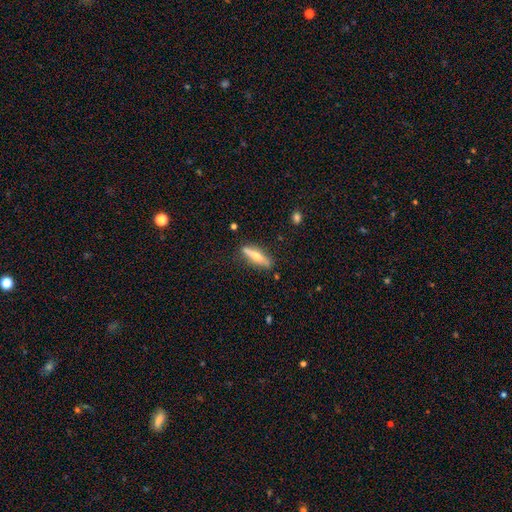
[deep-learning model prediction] smooth-or-featured: featured or disk: 52% | smooth: 42% | star or artifact: 6%
  disk-edge-on: yes: 92% | no: 8%
  merging: none: 83% | minor disturbance: 12% | major disturbance: 3% | merger: 2%